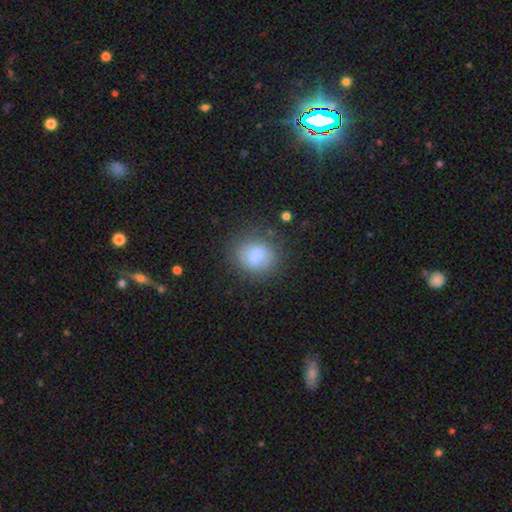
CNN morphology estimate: smooth_or_featured: smooth (p=0.80) [alt: featured or disk p=0.11]
how_rounded: round (p=0.71) [alt: in between p=0.28]
merging: none (p=0.72) [alt: minor disturbance p=0.17]